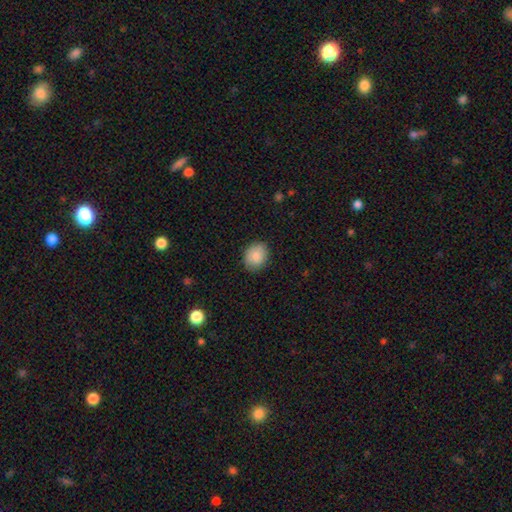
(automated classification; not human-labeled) smooth_or_featured: smooth (p=0.87) [alt: star or artifact p=0.07]
how_rounded: round (p=0.55) [alt: in between p=0.45]
merging: none (p=0.87) [alt: minor disturbance p=0.10]